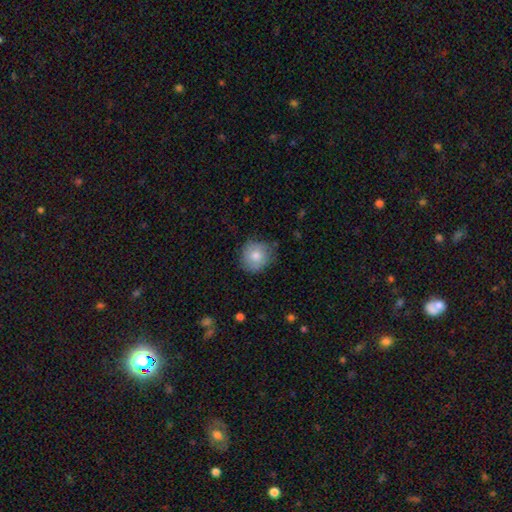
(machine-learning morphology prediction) Q: Smooth or featured?
A: smooth (77%); runner-up: featured or disk (16%)
Q: How rounded?
A: round (86%); runner-up: in between (13%)
Q: Merging?
A: none (74%); runner-up: minor disturbance (20%)